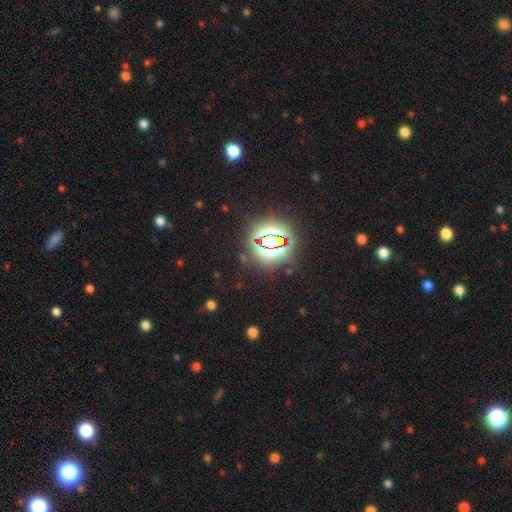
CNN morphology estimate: Q: Smooth or featured?
A: star or artifact (84%); runner-up: smooth (10%)